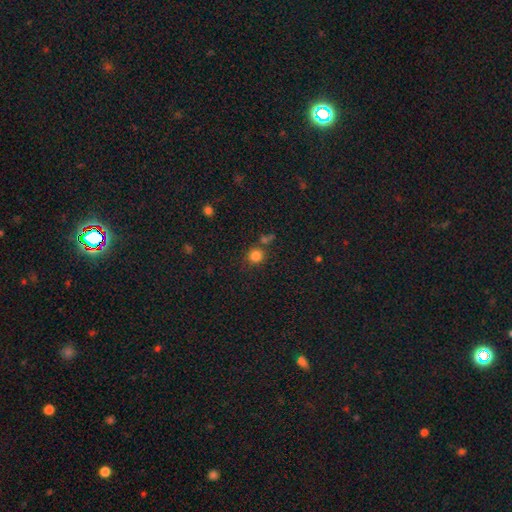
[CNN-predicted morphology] type=smooth (82%); roundness=round (91%); merging=none (75%).